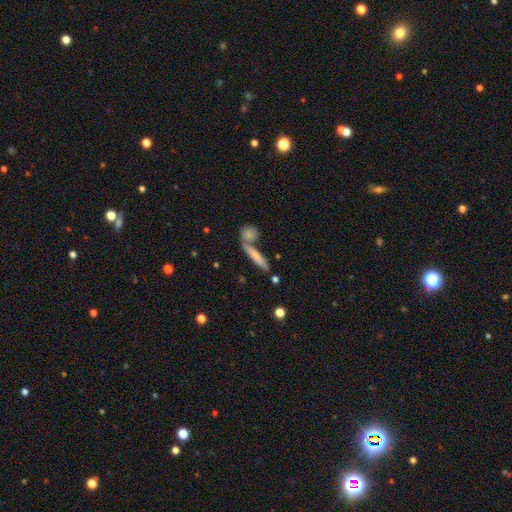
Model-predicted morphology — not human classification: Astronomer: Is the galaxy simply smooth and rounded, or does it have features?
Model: smooth — 66%.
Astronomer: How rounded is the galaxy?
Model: cigar-shaped — 83%.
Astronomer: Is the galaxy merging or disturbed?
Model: none — 60%.